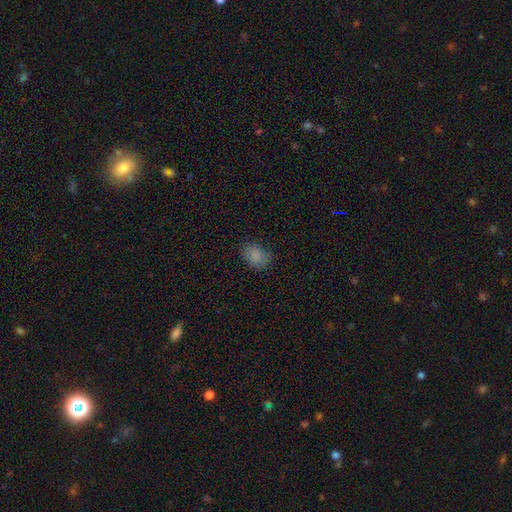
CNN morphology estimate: Smooth or featured?
  - smooth: 84% *
  - star or artifact: 10%
  - featured or disk: 5%
How rounded?
  - in between: 66% *
  - round: 33%
  - cigar-shaped: 1%
Merging?
  - none: 81% *
  - minor disturbance: 15%
  - major disturbance: 3%
  - merger: 1%